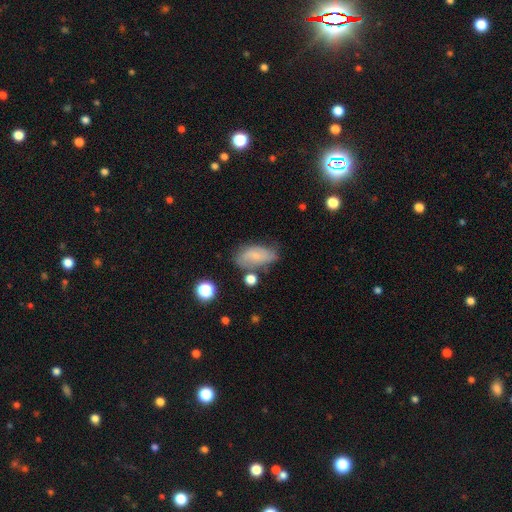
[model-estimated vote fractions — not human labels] Morphology: type=smooth (61%); roundness=in between (90%); merging=none (56%).